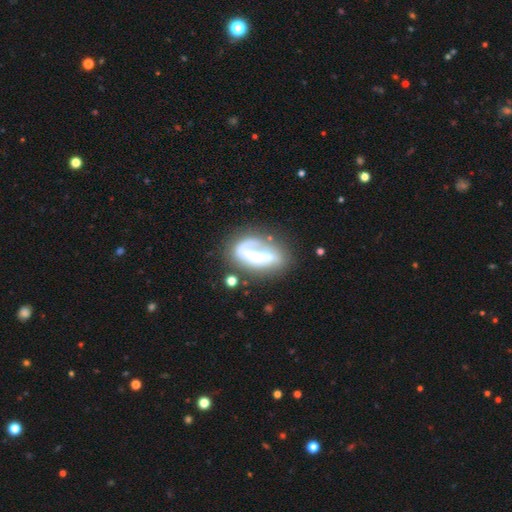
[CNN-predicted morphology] Q: Smooth or featured?
A: featured or disk (64%); runner-up: smooth (28%)
Q: Edge-on disk?
A: no (91%); runner-up: yes (9%)
Q: Bar?
A: strong (51%); runner-up: no (27%)
Q: Spiral arms?
A: yes (57%); runner-up: no (43%)
Q: Bulge size?
A: none (35%); runner-up: small (25%)
Q: Merging?
A: none (43%); runner-up: major disturbance (25%)